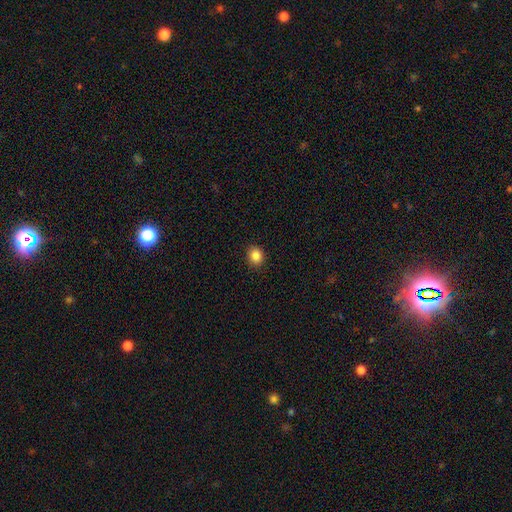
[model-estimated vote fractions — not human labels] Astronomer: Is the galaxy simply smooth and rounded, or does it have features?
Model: smooth — 85%.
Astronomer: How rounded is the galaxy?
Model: round — 71%.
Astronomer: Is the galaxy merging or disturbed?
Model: none — 91%.